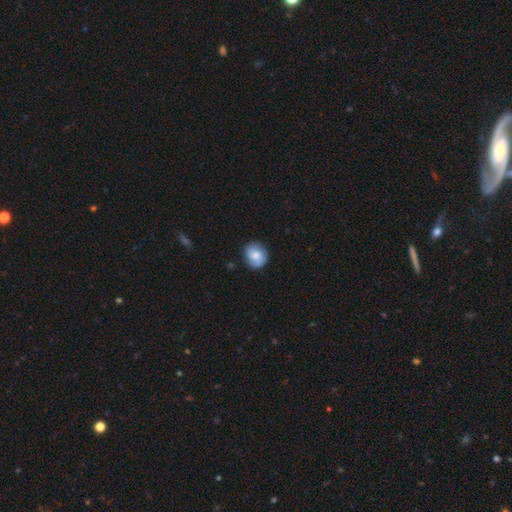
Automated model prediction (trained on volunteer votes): This is likely a smooth galaxy (70%). How rounded: likely round (72%). Merging: likely none (77%).